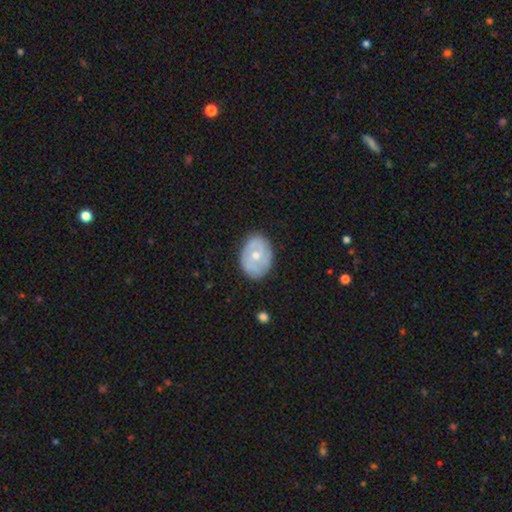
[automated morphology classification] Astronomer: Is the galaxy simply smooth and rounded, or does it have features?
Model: featured or disk — 53% (runner-up: smooth, 41%).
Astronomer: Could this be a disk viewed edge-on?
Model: no — 95%.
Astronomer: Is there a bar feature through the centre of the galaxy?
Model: no — 77%.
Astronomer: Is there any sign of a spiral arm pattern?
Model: no — 53% (runner-up: yes, 47%).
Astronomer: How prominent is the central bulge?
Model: moderate — 63%.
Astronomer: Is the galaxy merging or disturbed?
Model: none — 79%.